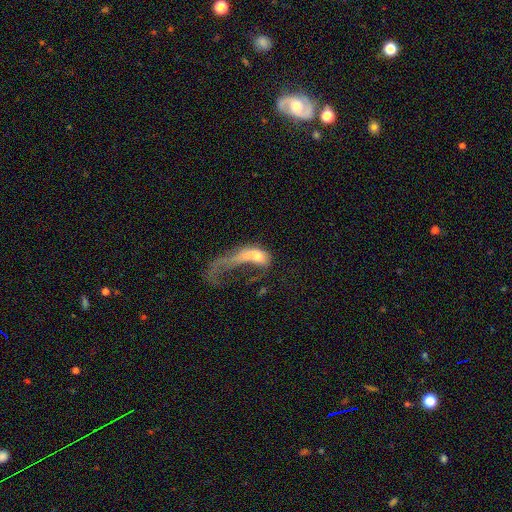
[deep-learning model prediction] A smooth galaxy with no disk features (51%) that is in between round and cigar-shaped (70%). Merging: major disturbance (69%).